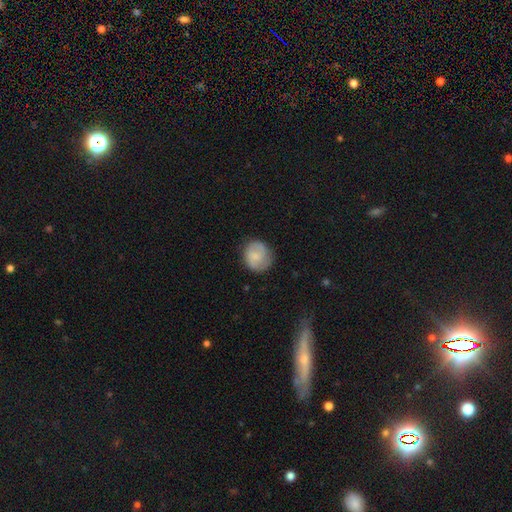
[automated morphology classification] Smooth or featured?
  - smooth: 65% *
  - featured or disk: 28%
  - star or artifact: 7%
How rounded?
  - round: 81% *
  - in between: 18%
  - cigar-shaped: 1%
Merging?
  - none: 77% *
  - minor disturbance: 17%
  - major disturbance: 5%
  - merger: 1%